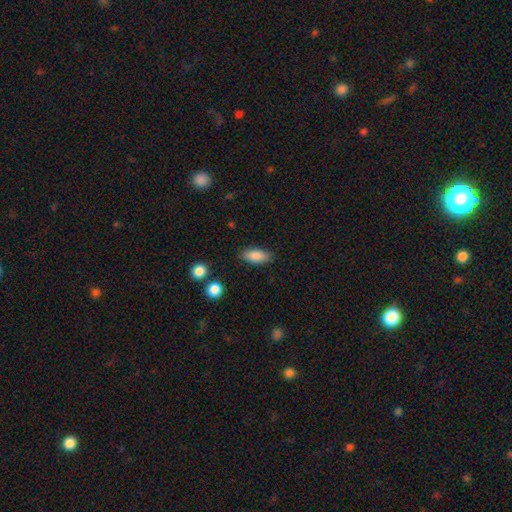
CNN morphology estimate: Smooth or featured? smooth (87%)
How rounded? in between (85%)
Merging? none (84%)